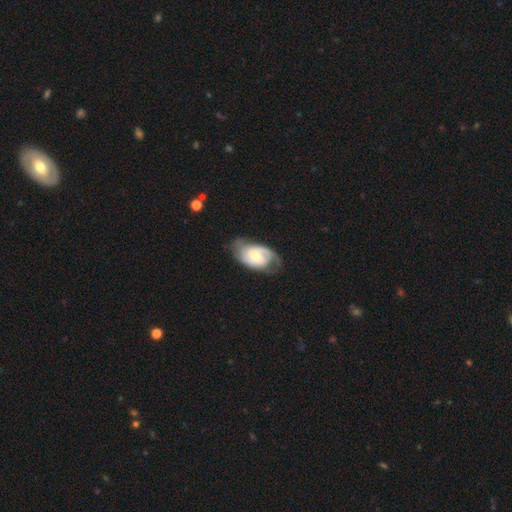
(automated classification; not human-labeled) smooth-or-featured: featured or disk: 66% | smooth: 29% | star or artifact: 6%
  disk-edge-on: no: 95% | yes: 5%
    bar: no: 59% | weak: 33% | strong: 8%
    has-spiral-arms: yes: 84% | no: 16%
      spiral-winding: tight: 42% | medium: 39% | loose: 18%
      spiral-arm-count: 2: 59% | can't tell: 22% | 1: 13% | 3: 4% | 4: 1% | more than 4: 1%
    bulge-size: moderate: 54% | small: 38% | large: 5% | none: 2% | dominant: 1%
  merging: none: 56% | minor disturbance: 29% | major disturbance: 14% | merger: 2%